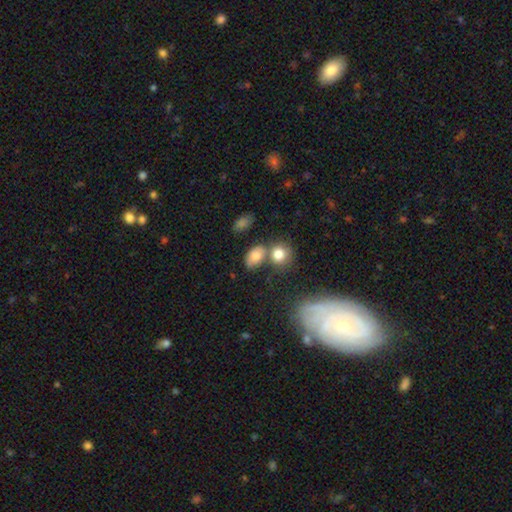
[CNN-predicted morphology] smooth-or-featured: smooth: 78% | star or artifact: 12% | featured or disk: 11%
  how-rounded: in between: 77% | round: 21% | cigar-shaped: 2%
  merging: none: 50% | merger: 28% | minor disturbance: 15% | major disturbance: 6%